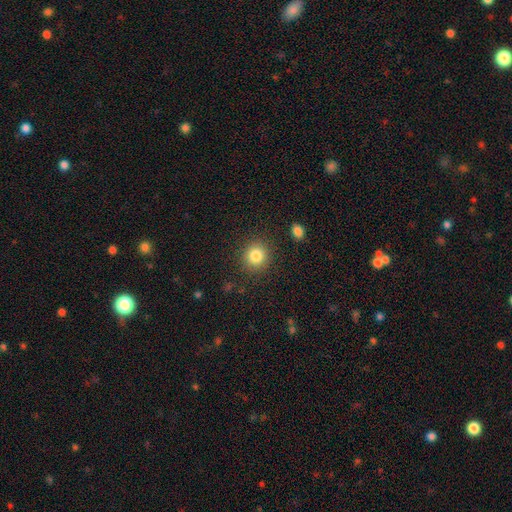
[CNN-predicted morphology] smooth_or_featured: smooth (p=0.83) [alt: star or artifact p=0.11]
how_rounded: round (p=0.88) [alt: in between p=0.11]
merging: none (p=0.88) [alt: minor disturbance p=0.07]